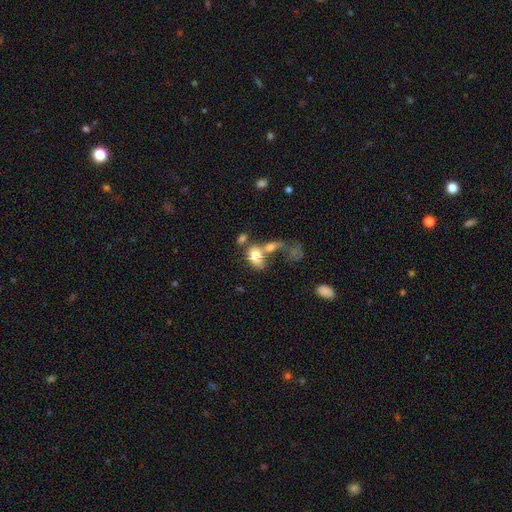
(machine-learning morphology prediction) Smooth or featured? Predicted: smooth (p=0.73). How rounded? Predicted: in between (p=0.78). Merging? Predicted: merger (p=0.52).